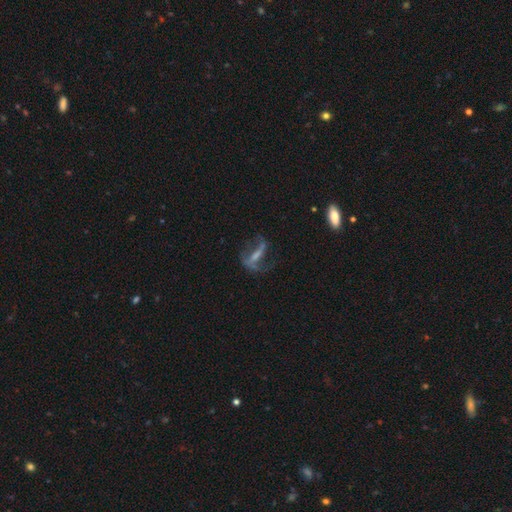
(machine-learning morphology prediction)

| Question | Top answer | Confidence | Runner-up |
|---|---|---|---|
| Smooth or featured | featured or disk | 68% | smooth (21%) |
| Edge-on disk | no | 85% | yes (15%) |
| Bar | strong | 55% | weak (27%) |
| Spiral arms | yes | 73% | no (27%) |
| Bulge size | none | 35% | small (33%) |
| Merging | none | 45% | major disturbance (33%) |